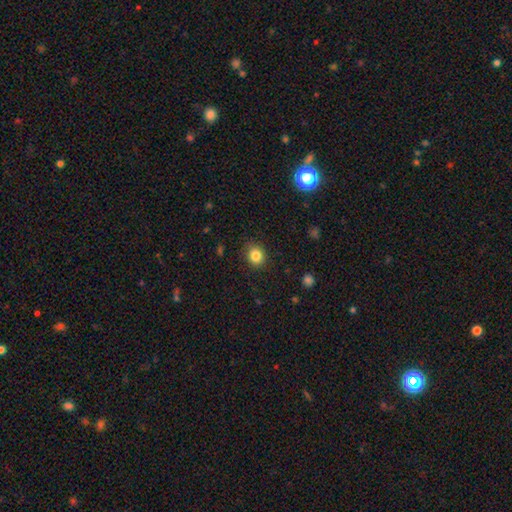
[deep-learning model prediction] Morphology: type=smooth (84%); roundness=round (72%); merging=none (86%).